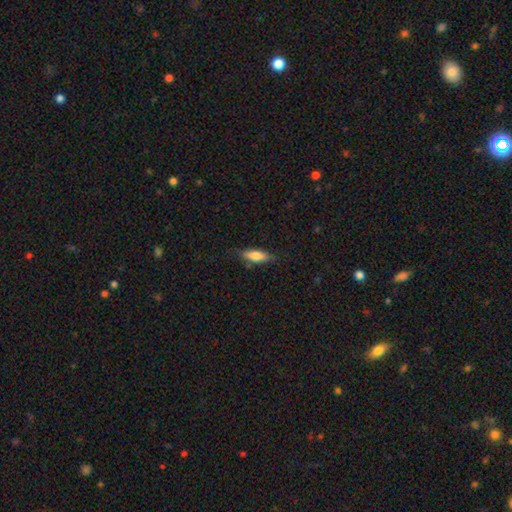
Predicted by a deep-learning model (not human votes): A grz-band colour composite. It shows a smooth galaxy with no disk features (75%) that is in between round and cigar-shaped (56%). Merging: none (76%).